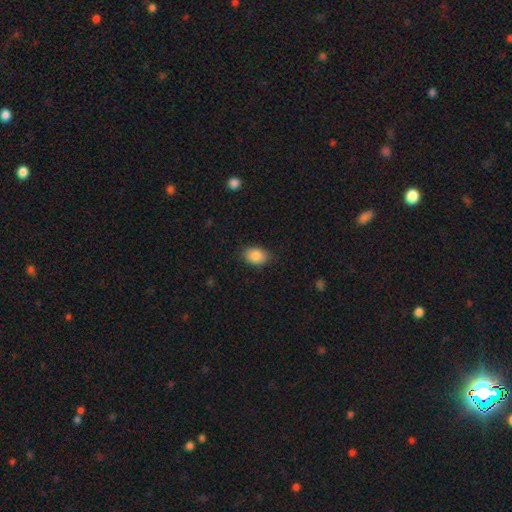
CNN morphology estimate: Smooth or featured?
  - smooth: 86% *
  - star or artifact: 7%
  - featured or disk: 6%
How rounded?
  - in between: 78% *
  - round: 21%
  - cigar-shaped: 1%
Merging?
  - none: 85% *
  - minor disturbance: 12%
  - major disturbance: 2%
  - merger: 1%